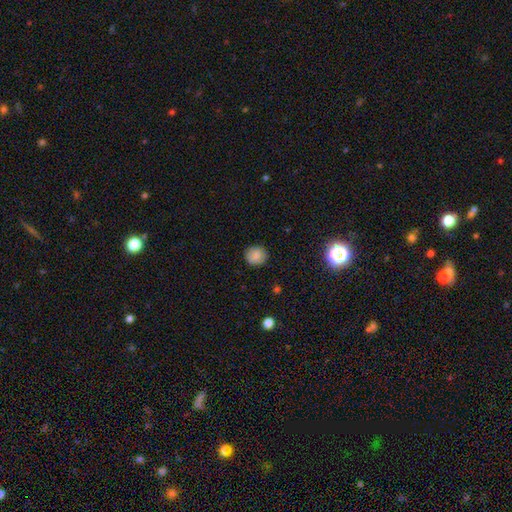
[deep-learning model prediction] smooth_or_featured: smooth (p=0.83) [alt: star or artifact p=0.10]
how_rounded: round (p=0.86) [alt: in between p=0.13]
merging: none (p=0.87) [alt: minor disturbance p=0.10]